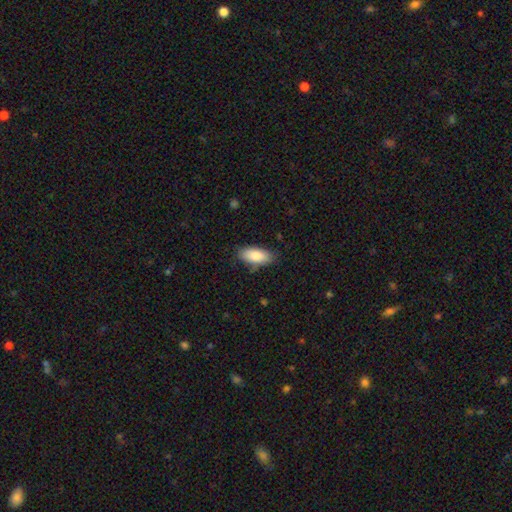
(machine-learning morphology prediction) Q: Smooth or featured?
A: smooth (84%); runner-up: featured or disk (10%)
Q: How rounded?
A: in between (87%); runner-up: cigar-shaped (10%)
Q: Merging?
A: none (78%); runner-up: minor disturbance (17%)